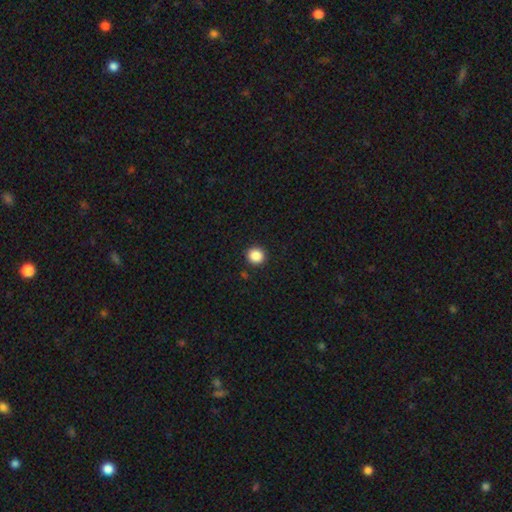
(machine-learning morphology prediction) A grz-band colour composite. It shows a smooth galaxy with no disk features (88%) that is round (92%). Merging: none (92%).